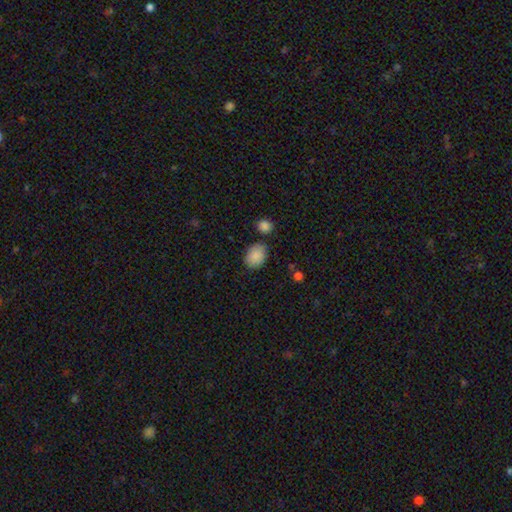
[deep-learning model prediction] smooth-or-featured: smooth: 88% | star or artifact: 8% | featured or disk: 4%
  how-rounded: in between: 67% | round: 32% | cigar-shaped: 1%
  merging: none: 76% | minor disturbance: 15% | merger: 5% | major disturbance: 4%